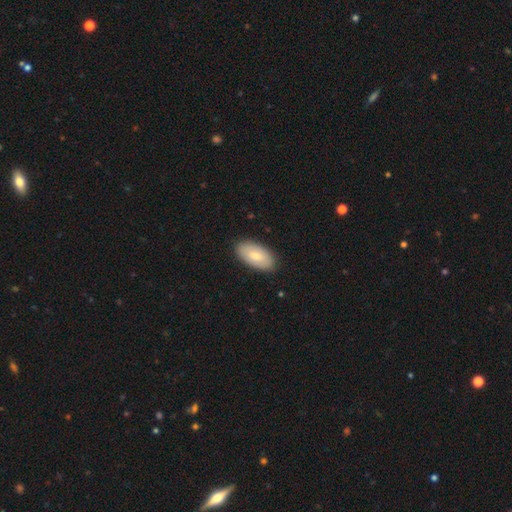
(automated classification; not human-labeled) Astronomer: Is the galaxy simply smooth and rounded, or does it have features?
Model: smooth — 79%.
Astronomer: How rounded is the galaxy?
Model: in between — 95%.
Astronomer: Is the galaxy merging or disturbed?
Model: none — 88%.